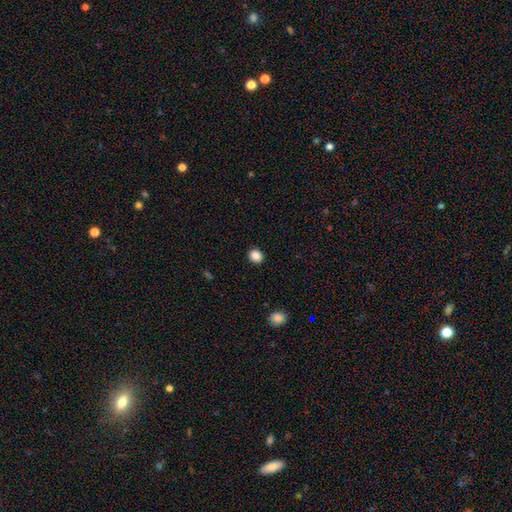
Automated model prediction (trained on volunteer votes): A smooth galaxy with no disk features (87%) that is round (66%). Merging: none (91%).